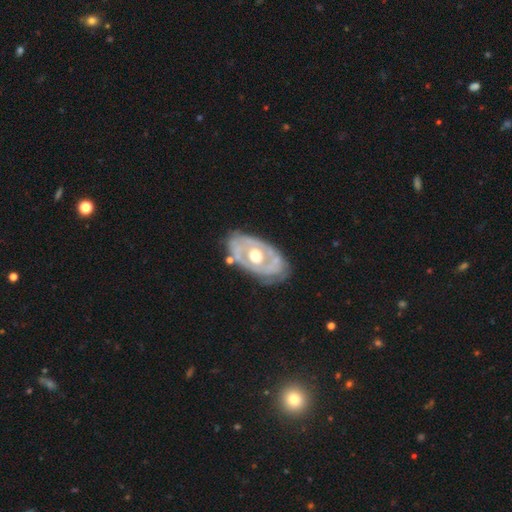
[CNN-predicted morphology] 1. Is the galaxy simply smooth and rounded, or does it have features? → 73% featured or disk, 23% smooth, 4% star or artifact.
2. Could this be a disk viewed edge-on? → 92% no, 8% yes.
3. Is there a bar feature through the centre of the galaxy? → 86% no, 11% weak, 4% strong.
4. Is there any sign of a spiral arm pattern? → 68% no, 32% yes.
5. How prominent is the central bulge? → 71% moderate, 22% large, 5% small, 1% dominant, 1% none.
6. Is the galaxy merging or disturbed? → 64% none, 23% minor disturbance, 9% major disturbance, 4% merger.